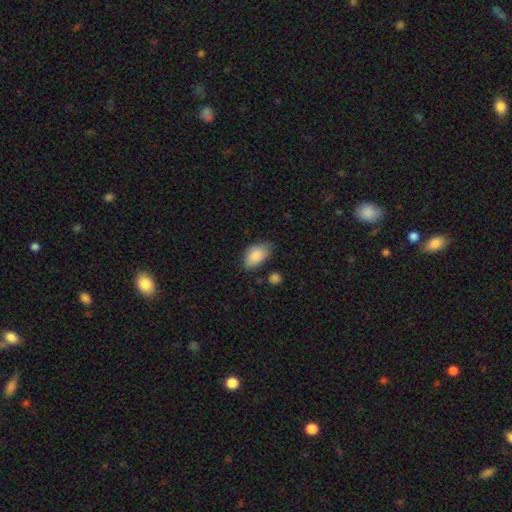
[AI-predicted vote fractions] Overall: smooth (87%). How rounded: in between (93%). Merging: none (64%; minor disturbance 27%).